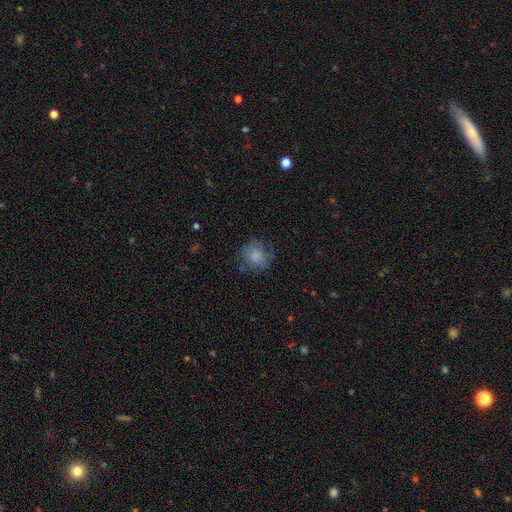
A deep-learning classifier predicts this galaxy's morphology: Smooth or featured: smooth — 71% (featured or disk — 20%)
How rounded: round — 83% (in between — 16%)
Merging: none — 64% (minor disturbance — 23%)